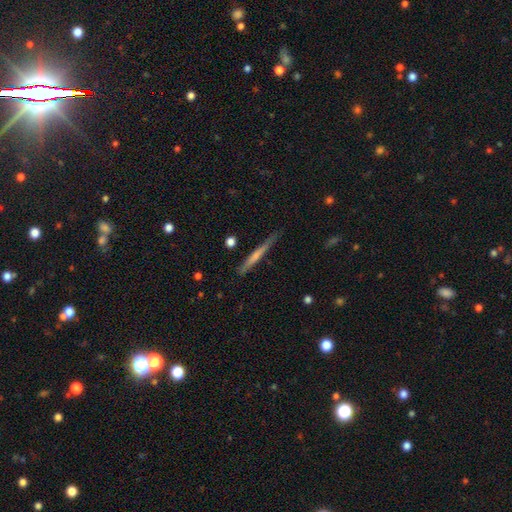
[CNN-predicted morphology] Smooth or featured: featured or disk — 49% (smooth — 44%)
Merging: none — 82% (minor disturbance — 13%)